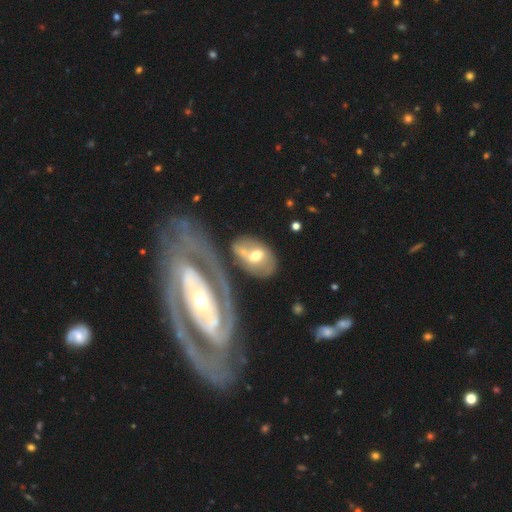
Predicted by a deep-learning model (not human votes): featured or disk 53%, smooth 40%, star or artifact 7%. Down the decision tree: edge-on disk — no (91%); merging — none (37%).